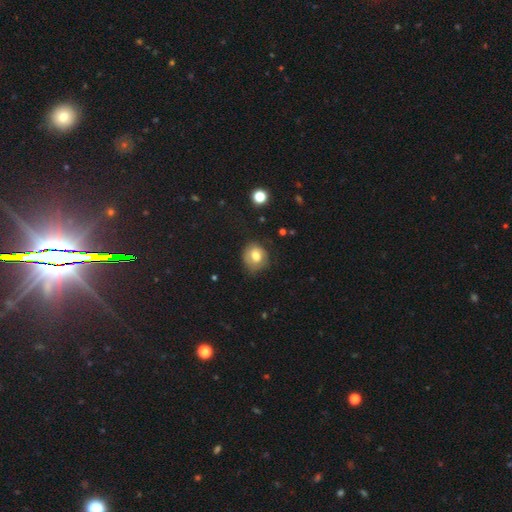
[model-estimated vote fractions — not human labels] Smooth or featured? smooth (70%)
How rounded? round (76%)
Merging? none (70%)